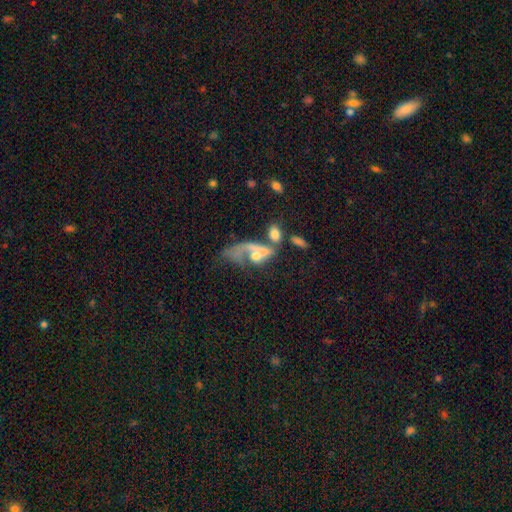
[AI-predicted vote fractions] The model was most divided on "spiral arms": yes: 51%, no: 49%. Remaining: edge-on disk — no (93%); bar — no (78%); smooth or featured — featured or disk (54%); merging — merger (48%); bulge size — moderate (41%).